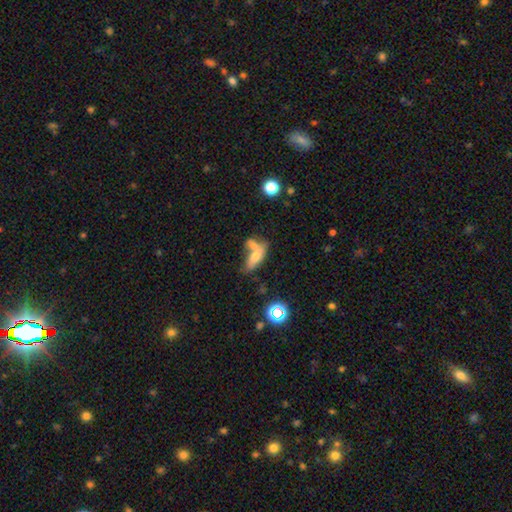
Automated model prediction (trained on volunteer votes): smooth 63%, featured or disk 25%, star or artifact 12%. Down the decision tree: how rounded — in between (71%); merging — merger (48%).